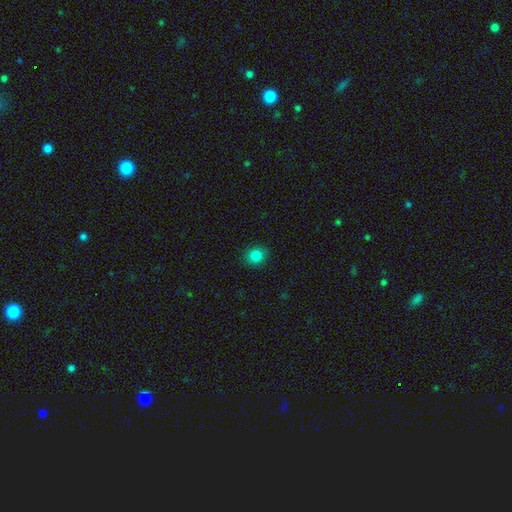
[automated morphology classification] Smooth or featured? smooth (83%)
How rounded? round (74%)
Merging? none (89%)